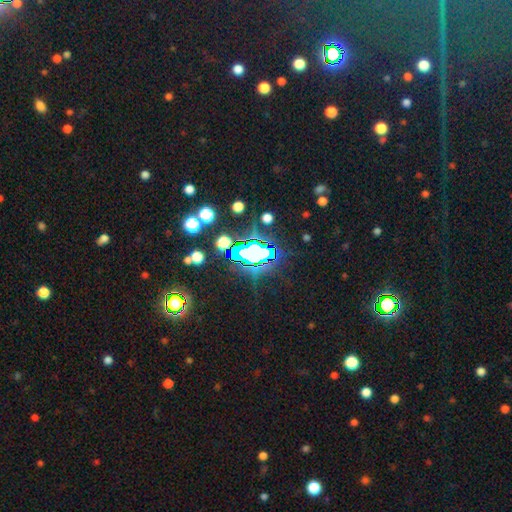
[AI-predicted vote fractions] smooth_or_featured: star or artifact (p=0.63) [alt: smooth p=0.23]